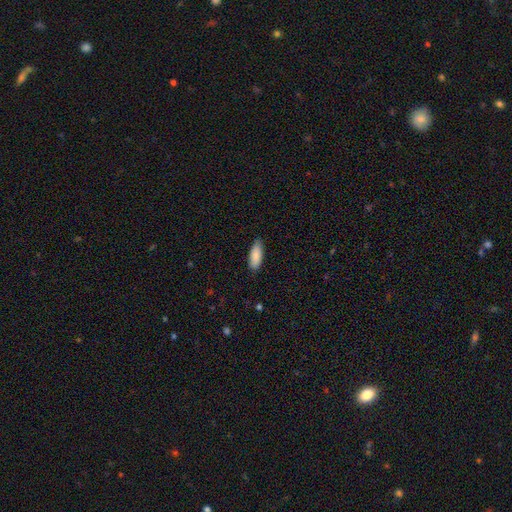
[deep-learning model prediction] The model was most divided on "how rounded": in between: 73%, cigar-shaped: 26%, round: 2%. More confident: smooth or featured — smooth (88%); merging — none (86%).